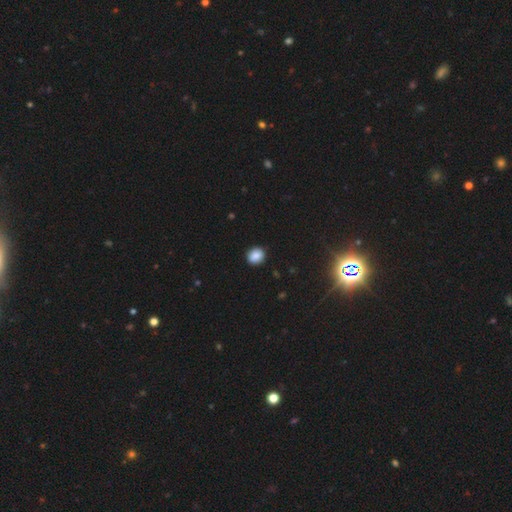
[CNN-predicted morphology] The model was most divided on "how rounded": round: 75%, in between: 24%, cigar-shaped: 1%. More confident: merging — none (89%); smooth or featured — smooth (87%).